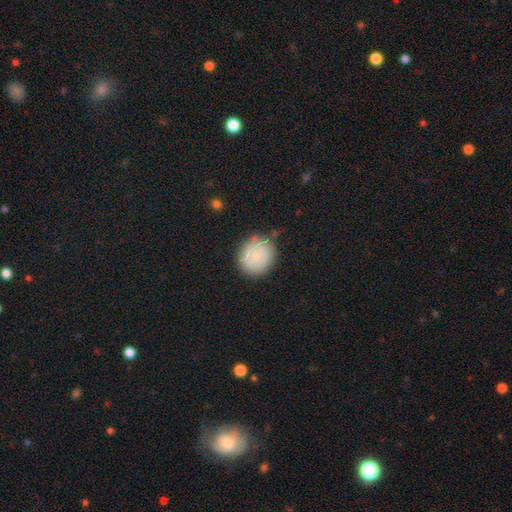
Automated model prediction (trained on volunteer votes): Morphology: type=smooth (70%); roundness=round (82%); merging=none (81%).